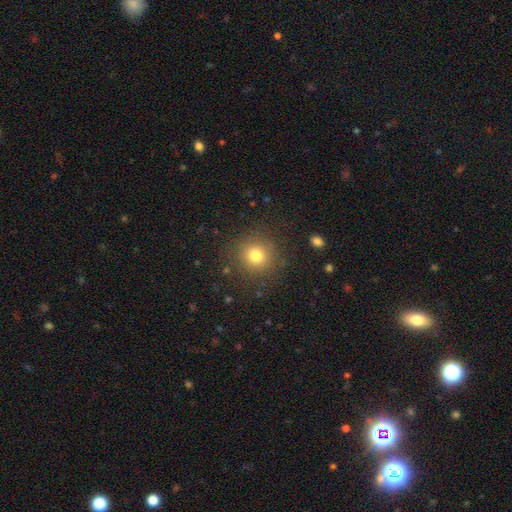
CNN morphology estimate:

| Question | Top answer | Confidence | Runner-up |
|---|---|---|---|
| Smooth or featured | smooth | 78% | star or artifact (14%) |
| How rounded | round | 93% | in between (6%) |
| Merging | none | 88% | minor disturbance (7%) |